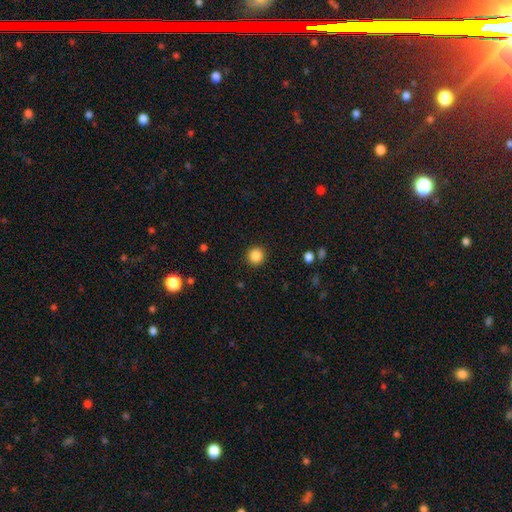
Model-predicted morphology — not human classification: Q: Smooth or featured?
A: smooth (86%); runner-up: star or artifact (11%)
Q: How rounded?
A: round (94%); runner-up: in between (5%)
Q: Merging?
A: none (92%); runner-up: minor disturbance (5%)